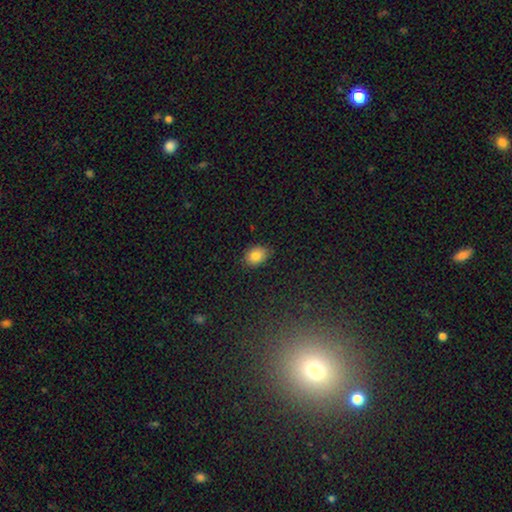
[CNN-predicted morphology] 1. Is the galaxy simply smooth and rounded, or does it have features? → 82% smooth, 9% star or artifact, 8% featured or disk.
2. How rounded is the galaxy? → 64% in between, 35% round, 1% cigar-shaped.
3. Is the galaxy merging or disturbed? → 86% none, 11% minor disturbance, 2% major disturbance, 1% merger.